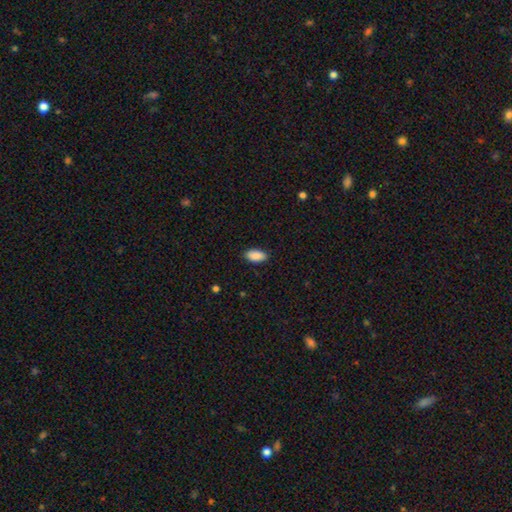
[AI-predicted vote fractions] A smooth galaxy with no disk features (90%) that is in between round and cigar-shaped (94%). Merging: none (88%).